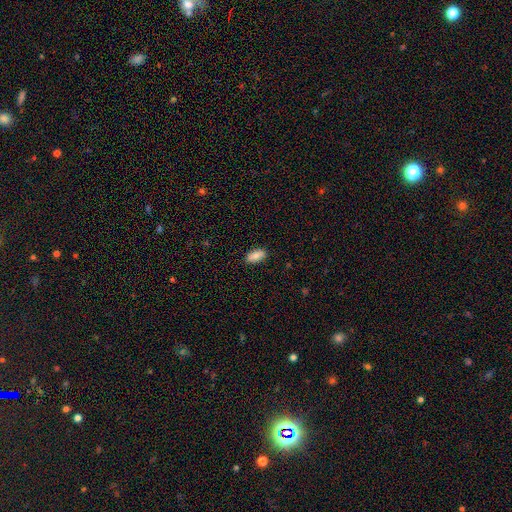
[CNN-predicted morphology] smooth 85%, featured or disk 8%, star or artifact 7%. Down the decision tree: how rounded — in between (91%); merging — none (88%).